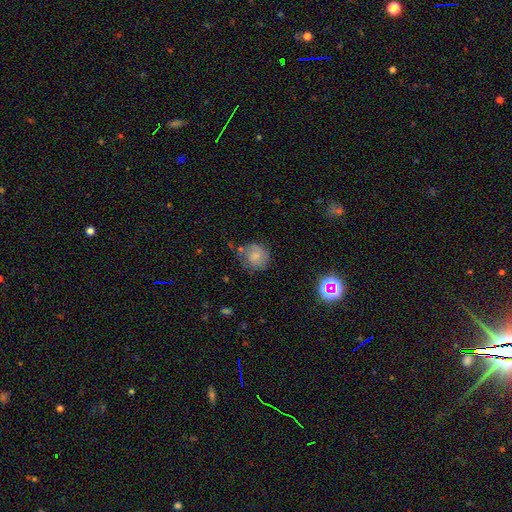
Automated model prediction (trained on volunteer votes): smooth_or_featured: smooth (p=0.68) [alt: featured or disk p=0.22]
how_rounded: round (p=0.83) [alt: in between p=0.16]
merging: none (p=0.61) [alt: minor disturbance p=0.24]